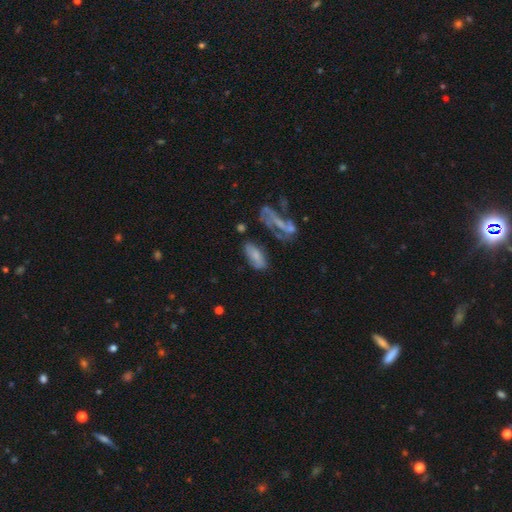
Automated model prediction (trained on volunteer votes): This appears to be a smooth galaxy with no disk features (63%) that is in between round and cigar-shaped (80%). Merging: none (53%).